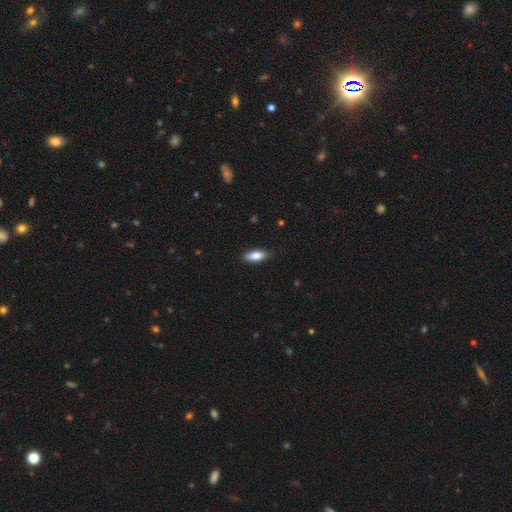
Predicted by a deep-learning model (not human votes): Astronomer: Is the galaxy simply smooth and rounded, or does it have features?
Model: smooth — 83%.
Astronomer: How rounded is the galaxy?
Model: in between — 78%.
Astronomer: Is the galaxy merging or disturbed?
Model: none — 86%.